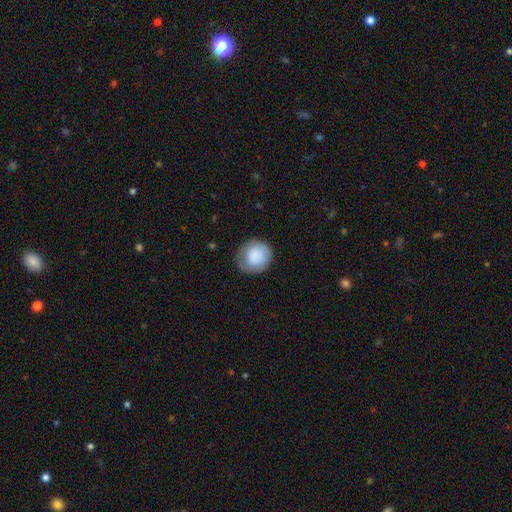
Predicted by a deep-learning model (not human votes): Overall: smooth (84%). How rounded: round (85%). Merging: none (71%).